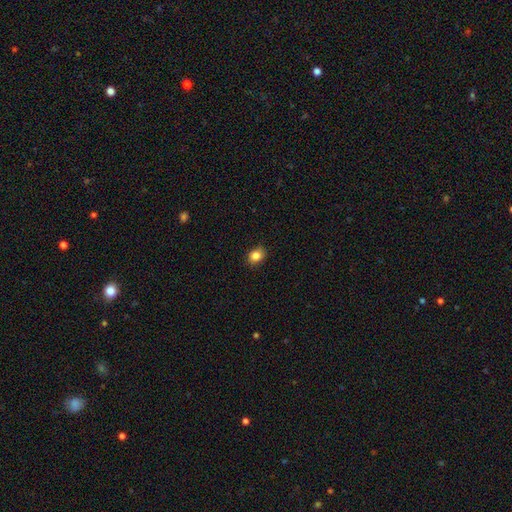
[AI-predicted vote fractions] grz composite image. It shows a smooth galaxy with no disk features (85%) that is round (53%). Merging: none (86%).